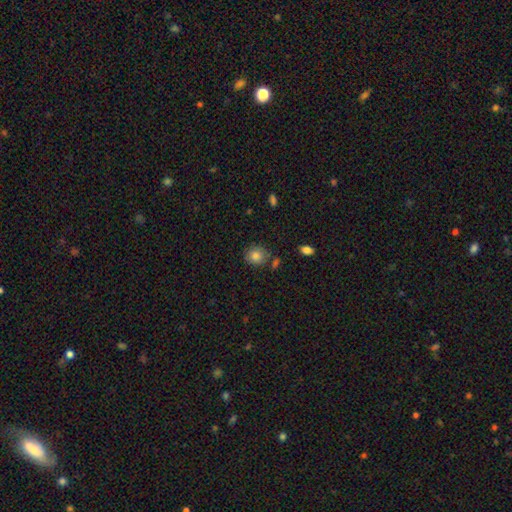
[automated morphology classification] type=smooth (83%); roundness=round (78%); merging=none (75%).